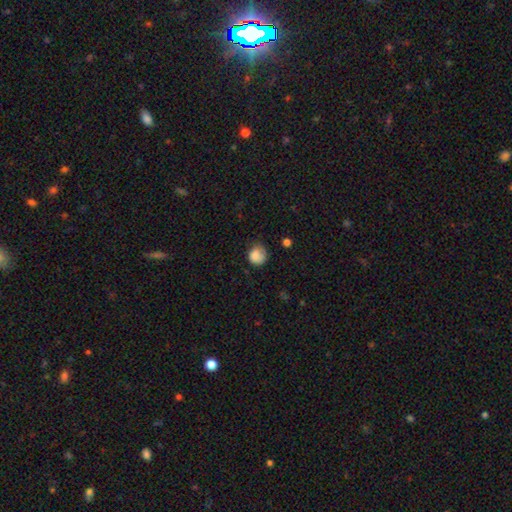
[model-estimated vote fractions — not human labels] A smooth galaxy with no disk features (82%) that is round (78%).

Vote fractions:
- Smooth or featured? smooth: 82% / featured or disk: 10% / star or artifact: 8%
- How rounded? round: 78% / in between: 21% / cigar-shaped: 1%
- Merging? none: 55% / minor disturbance: 32% / major disturbance: 11% / merger: 2%